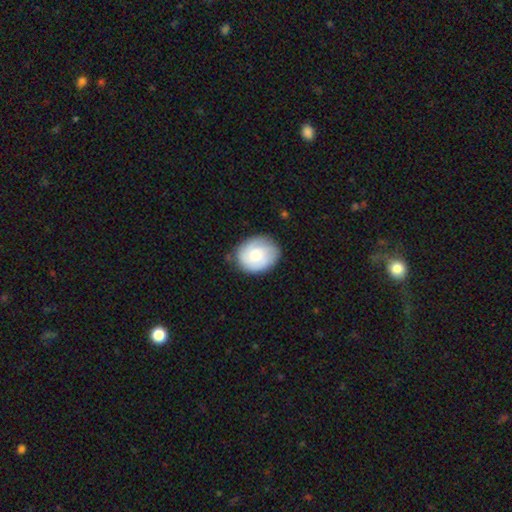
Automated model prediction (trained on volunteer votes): Q: Smooth or featured?
A: smooth (63%); runner-up: featured or disk (30%)
Q: How rounded?
A: round (51%); runner-up: in between (48%)
Q: Merging?
A: none (74%); runner-up: minor disturbance (20%)